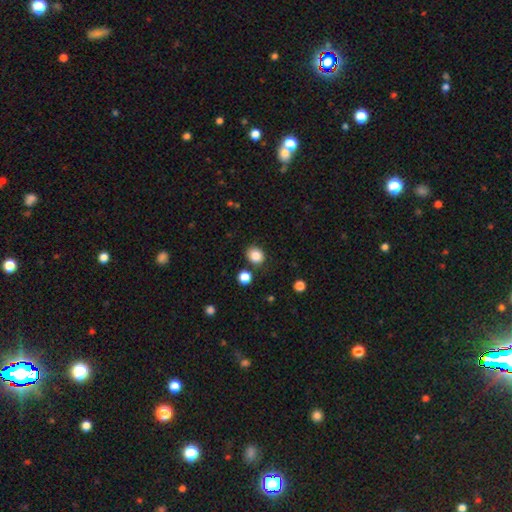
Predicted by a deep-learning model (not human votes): This appears to be a smooth galaxy with no disk features (85%) that is round (68%). Merging: none (80%).